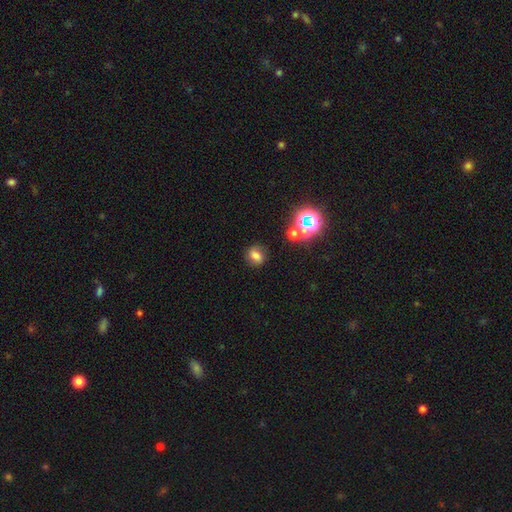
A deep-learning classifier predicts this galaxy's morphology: This appears to be a smooth galaxy with no disk features (67%) that is round (63%). Merging: none (82%).